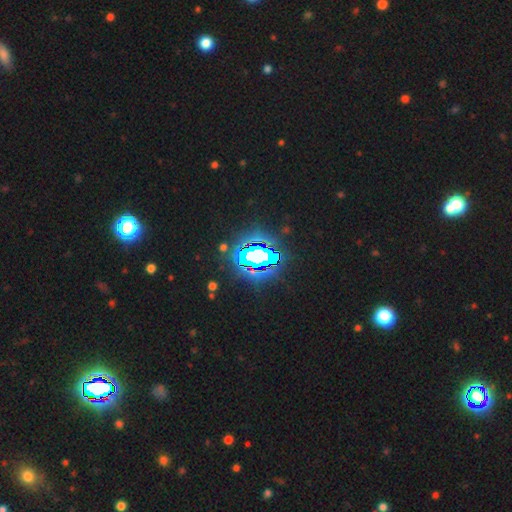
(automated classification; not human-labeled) Overall: star or artifact (72%).